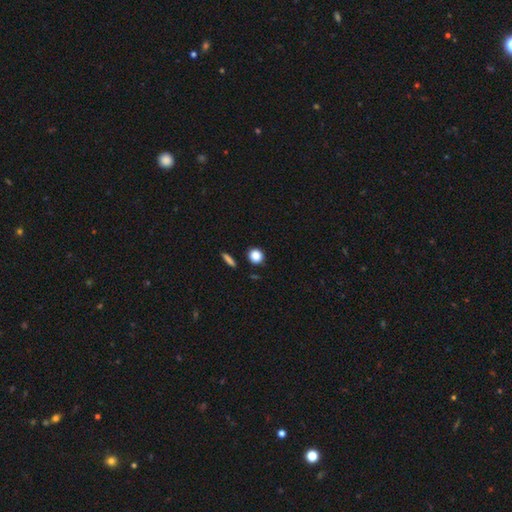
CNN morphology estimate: Overall: smooth (87%). How rounded: round (87%). Merging: none (88%).